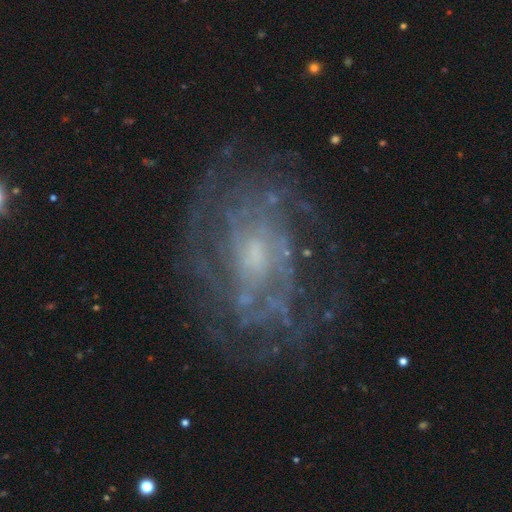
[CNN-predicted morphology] Q: Smooth or featured?
A: featured or disk (82%); runner-up: star or artifact (9%)
Q: Edge-on disk?
A: no (97%); runner-up: yes (3%)
Q: Bar?
A: no (63%); runner-up: weak (31%)
Q: Spiral arms?
A: yes (85%); runner-up: no (15%)
Q: Spiral winding?
A: tight (58%); runner-up: medium (31%)
Q: Spiral arm count?
A: can't tell (51%); runner-up: 2 (15%)
Q: Bulge size?
A: small (51%); runner-up: moderate (33%)
Q: Merging?
A: none (70%); runner-up: minor disturbance (16%)